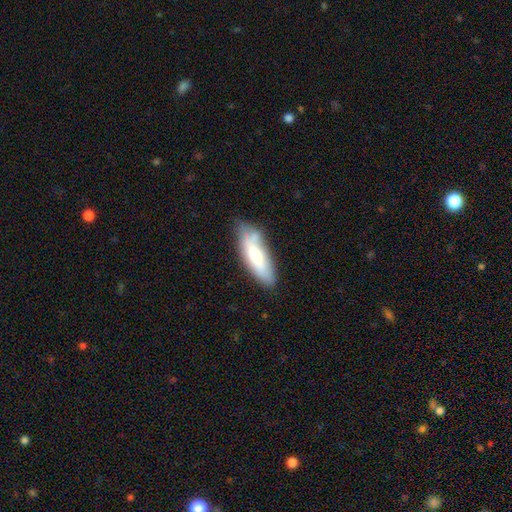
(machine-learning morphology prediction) smooth-or-featured: smooth: 66% | featured or disk: 28% | star or artifact: 6%
  how-rounded: in between: 55% | cigar-shaped: 43% | round: 2%
  merging: none: 60% | minor disturbance: 26% | merger: 8% | major disturbance: 7%